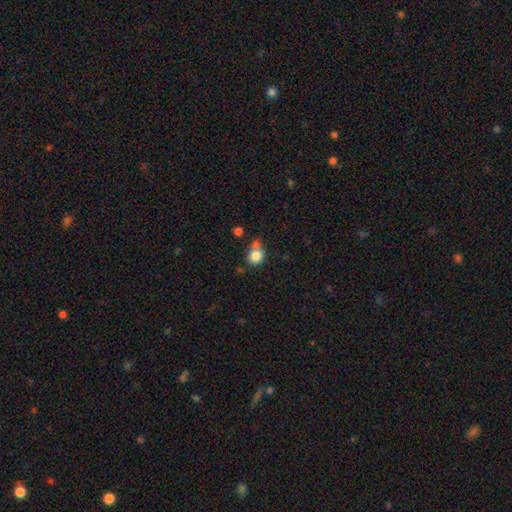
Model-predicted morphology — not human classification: This is clearly a smooth galaxy (83%). How rounded: likely round (75%). Merging: possibly none (51%).